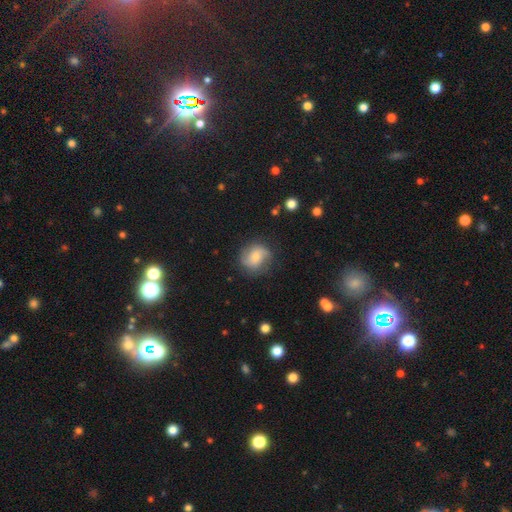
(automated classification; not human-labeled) Q: Smooth or featured?
A: featured or disk (50%); runner-up: smooth (41%)
Q: Merging?
A: none (76%); runner-up: minor disturbance (17%)